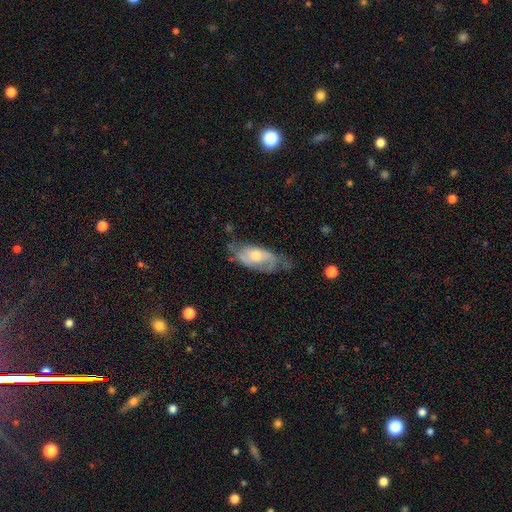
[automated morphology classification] Smooth or featured? Predicted: featured or disk (p=0.60). Edge-on disk? Predicted: no (p=0.87). Bar? Predicted: no (p=0.65). Spiral arms? Predicted: yes (p=0.78). Bulge size? Predicted: moderate (p=0.62). Merging? Predicted: none (p=0.47).